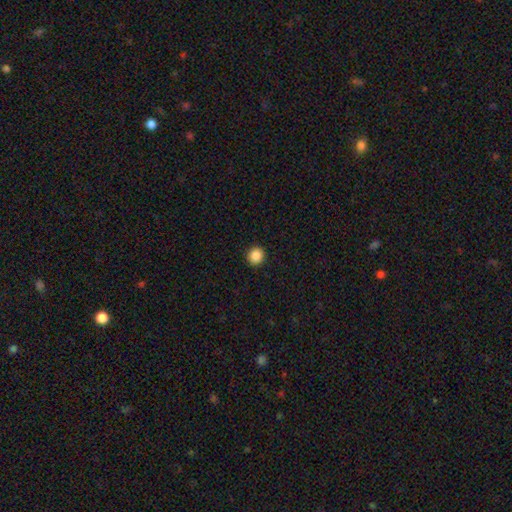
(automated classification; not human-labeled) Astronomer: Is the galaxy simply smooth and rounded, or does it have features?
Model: smooth — 87%.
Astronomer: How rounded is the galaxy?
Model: round — 93%.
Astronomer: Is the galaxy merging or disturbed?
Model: none — 93%.